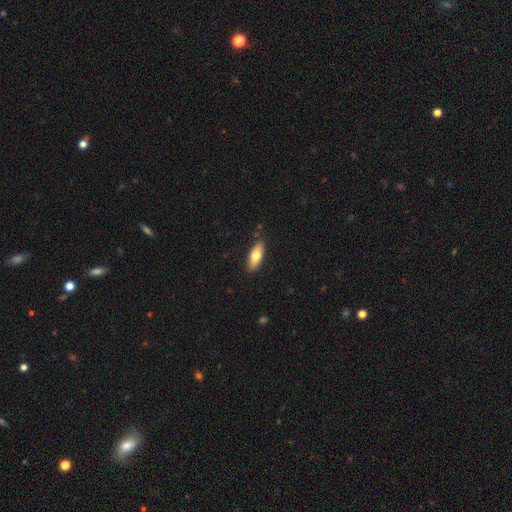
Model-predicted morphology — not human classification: type=smooth (74%); roundness=in between (72%); merging=none (86%).